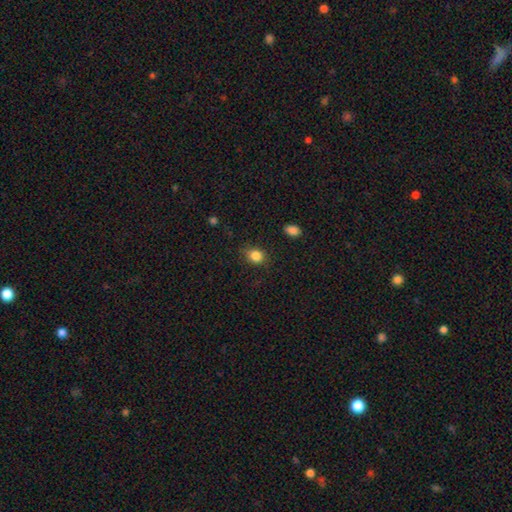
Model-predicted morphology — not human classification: This is clearly a smooth galaxy (85%). How rounded: possibly round (59%). Merging: likely none (78%).